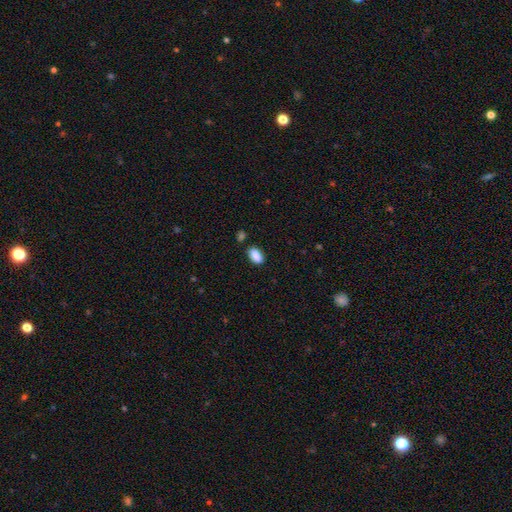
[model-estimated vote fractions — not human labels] Morphology: type=smooth (89%); roundness=in between (92%); merging=none (81%).